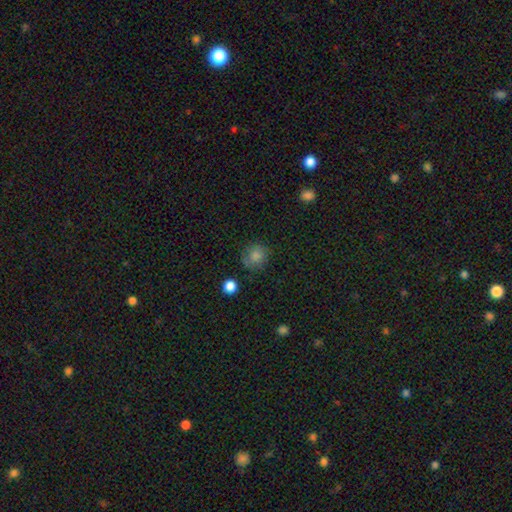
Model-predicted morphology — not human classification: Smooth or featured?
  - smooth: 81% *
  - star or artifact: 12%
  - featured or disk: 7%
How rounded?
  - round: 83% *
  - in between: 16%
  - cigar-shaped: 1%
Merging?
  - none: 72% *
  - minor disturbance: 19%
  - major disturbance: 6%
  - merger: 3%